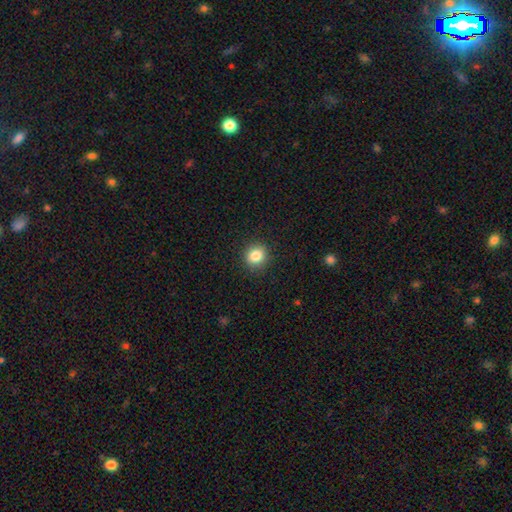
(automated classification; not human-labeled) This appears to be a smooth galaxy with no disk features (84%) that is round (86%). Merging: none (90%).